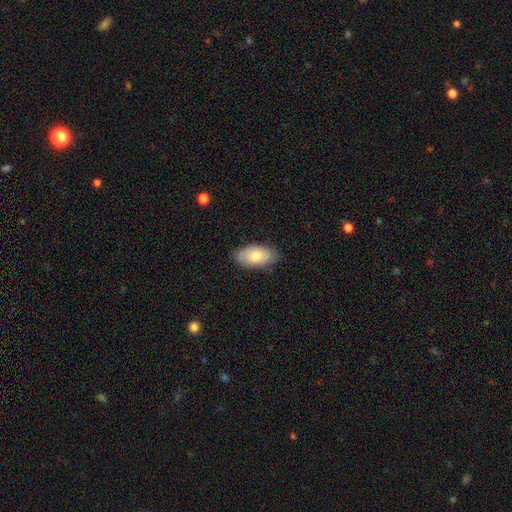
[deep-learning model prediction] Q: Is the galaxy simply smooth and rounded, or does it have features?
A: smooth — 77%.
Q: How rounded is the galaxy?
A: in between — 94%.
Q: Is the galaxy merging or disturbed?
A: none — 81%.